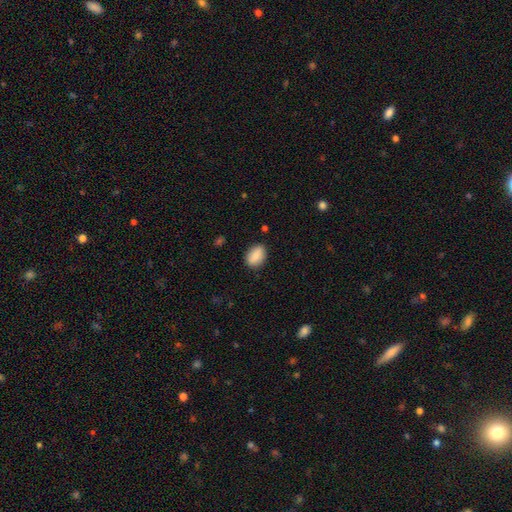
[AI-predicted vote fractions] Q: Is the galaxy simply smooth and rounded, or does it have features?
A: smooth — 87%.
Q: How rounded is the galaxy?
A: in between — 81%.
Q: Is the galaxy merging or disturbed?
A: none — 84%.